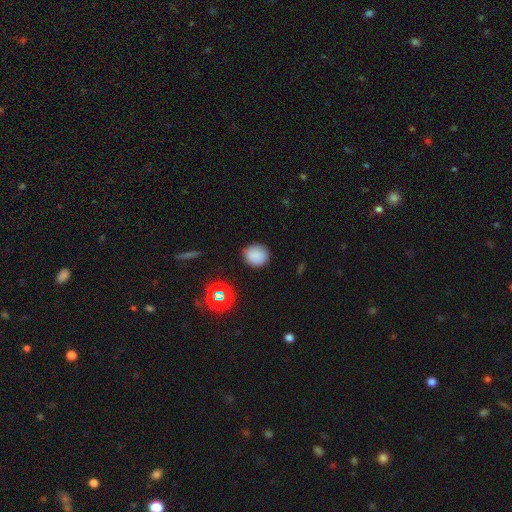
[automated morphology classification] A smooth galaxy with no disk features (82%) that is round (79%). Merging: none (85%).